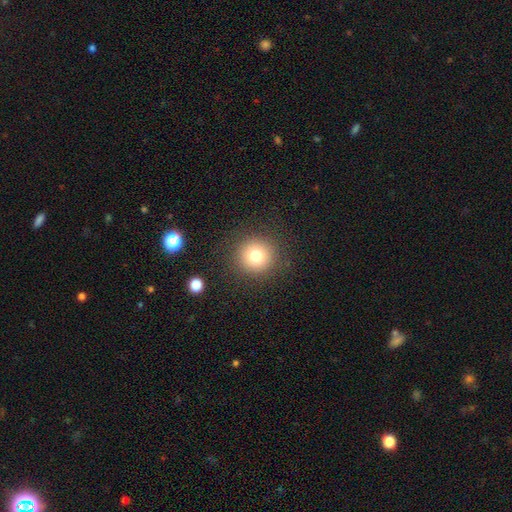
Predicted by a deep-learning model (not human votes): The model was most divided on "smooth or featured": smooth: 77%, star or artifact: 13%, featured or disk: 10%. More confident: how rounded — round (94%); merging — none (88%).